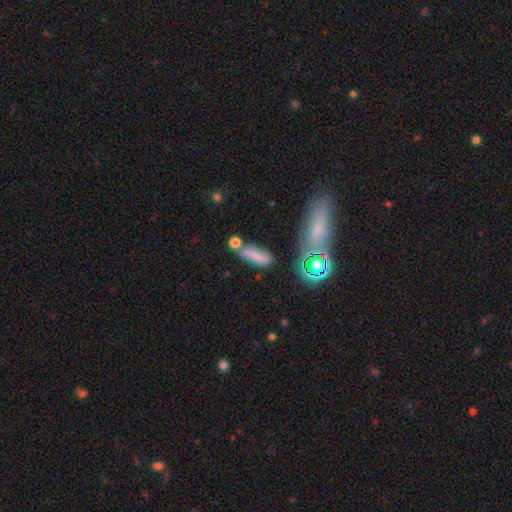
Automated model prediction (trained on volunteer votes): This is likely a smooth galaxy (71%). How rounded: possibly in between (54%). Merging: possibly none (58%).